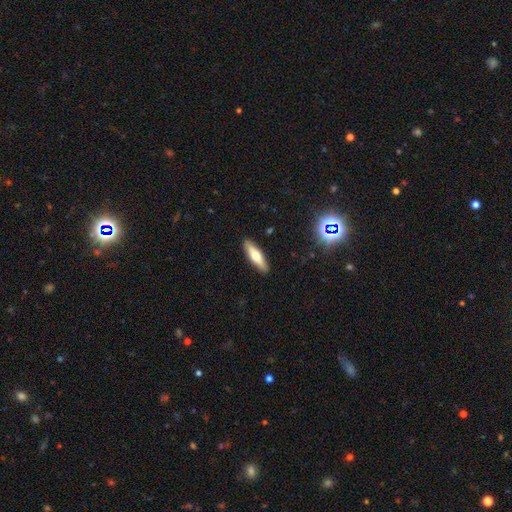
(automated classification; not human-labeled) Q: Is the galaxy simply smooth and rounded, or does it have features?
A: smooth — 57%.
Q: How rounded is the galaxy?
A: cigar-shaped — 64%.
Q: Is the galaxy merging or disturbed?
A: none — 90%.